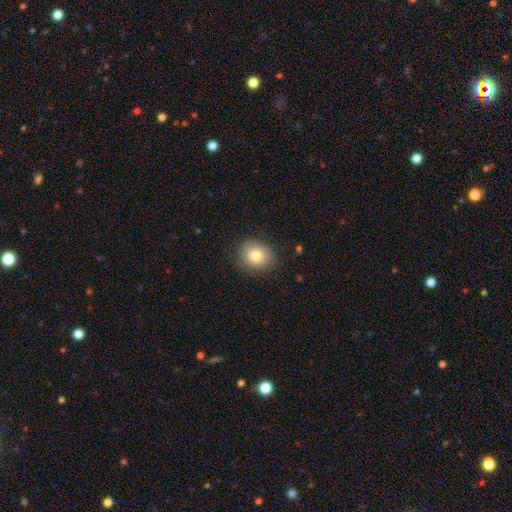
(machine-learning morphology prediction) type=smooth (80%); roundness=round (70%); merging=none (84%).